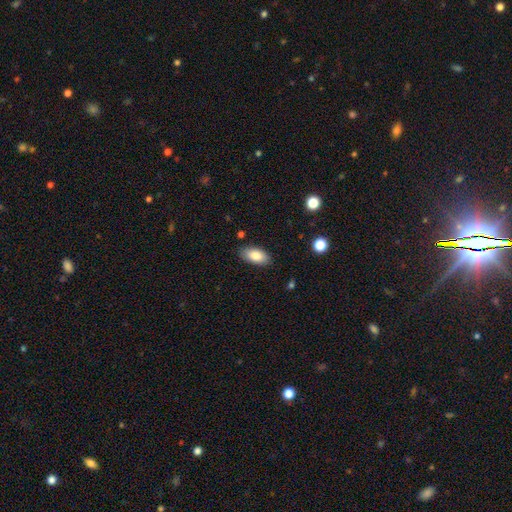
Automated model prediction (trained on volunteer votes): smooth 83%, featured or disk 10%, star or artifact 7%. Down the decision tree: how rounded — in between (92%); merging — none (86%).